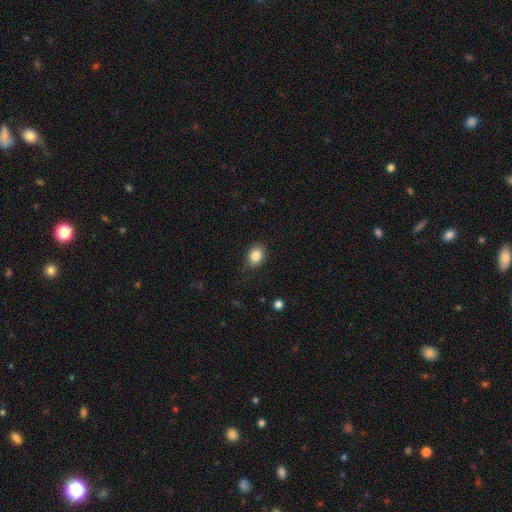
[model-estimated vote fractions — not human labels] A smooth galaxy with no disk features (85%) that is in between round and cigar-shaped (62%).

Vote fractions:
- Smooth or featured? smooth: 85% / star or artifact: 9% / featured or disk: 6%
- How rounded? in between: 62% / round: 37% / cigar-shaped: 1%
- Merging? none: 81% / minor disturbance: 15% / major disturbance: 3% / merger: 1%